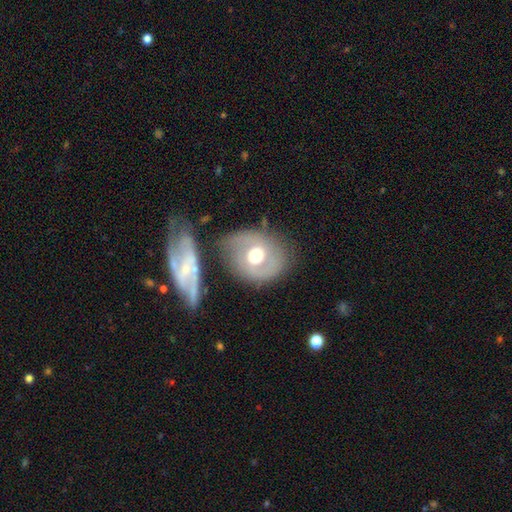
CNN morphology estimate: smooth_or_featured: featured or disk (p=0.59) [alt: smooth p=0.34]
disk_edge_on: no (p=0.95) [alt: yes p=0.05]
bar: no (p=0.64) [alt: weak p=0.28]
has_spiral_arms: yes (p=0.61) [alt: no p=0.39]
bulge_size: moderate (p=0.70) [alt: large p=0.22]
merging: none (p=0.64) [alt: minor disturbance p=0.18]